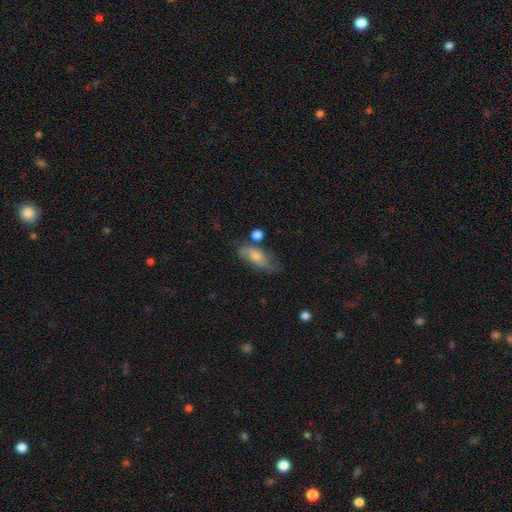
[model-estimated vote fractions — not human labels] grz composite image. It shows a smooth galaxy with no disk features (47%). Merging: none (58%).